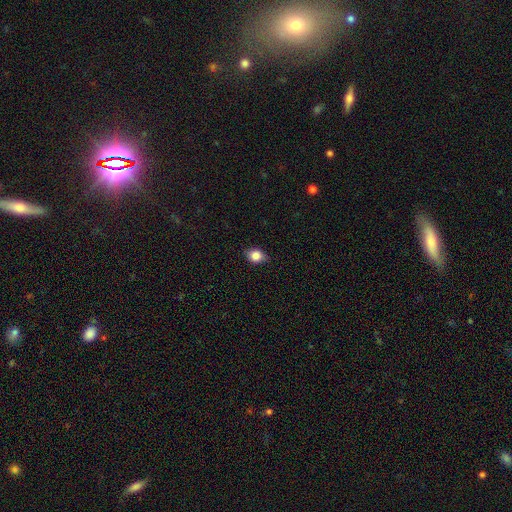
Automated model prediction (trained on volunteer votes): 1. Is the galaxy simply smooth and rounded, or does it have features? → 84% smooth, 9% star or artifact, 7% featured or disk.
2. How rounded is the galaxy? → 53% in between, 45% round, 1% cigar-shaped.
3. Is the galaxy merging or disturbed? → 82% none, 14% minor disturbance, 3% major disturbance, 1% merger.